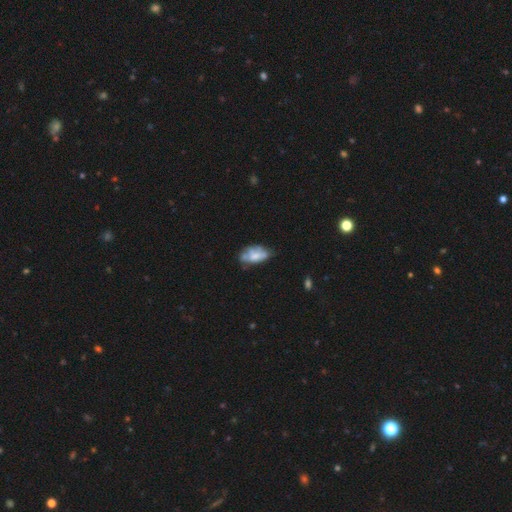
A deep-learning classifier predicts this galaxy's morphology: smooth_or_featured: smooth (p=0.49) [alt: featured or disk p=0.42]
merging: none (p=0.40) [alt: minor disturbance p=0.30]